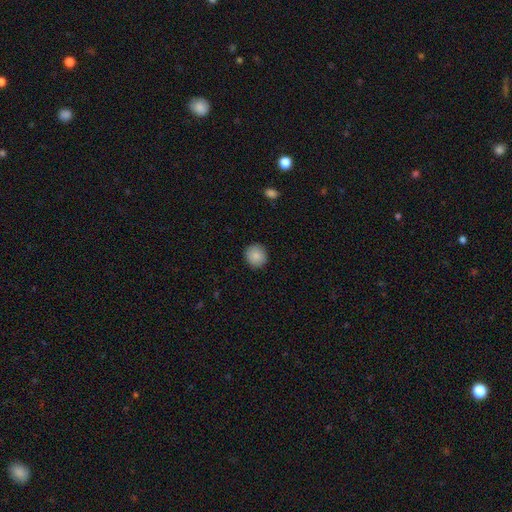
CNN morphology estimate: Overall: smooth (88%). How rounded: round (90%). Merging: none (91%).